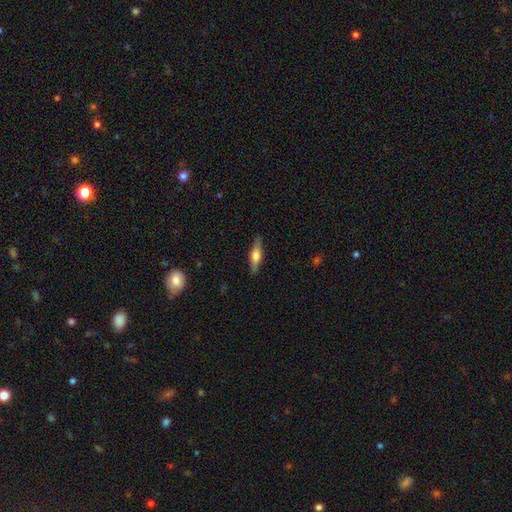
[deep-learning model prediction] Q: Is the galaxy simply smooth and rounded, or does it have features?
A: featured or disk — 48%.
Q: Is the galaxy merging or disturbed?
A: none — 85%.